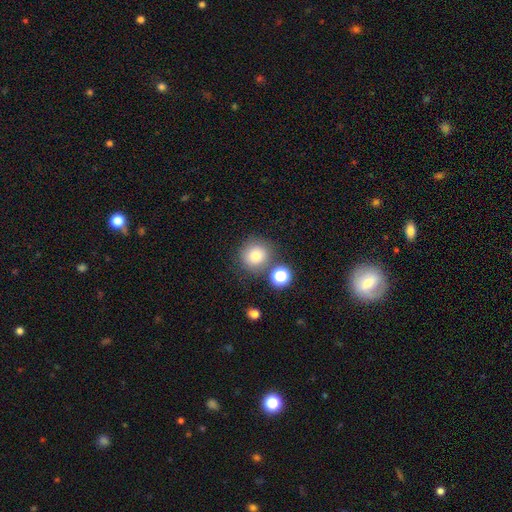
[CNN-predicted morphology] Smooth or featured? smooth (80%)
How rounded? round (91%)
Merging? none (74%)